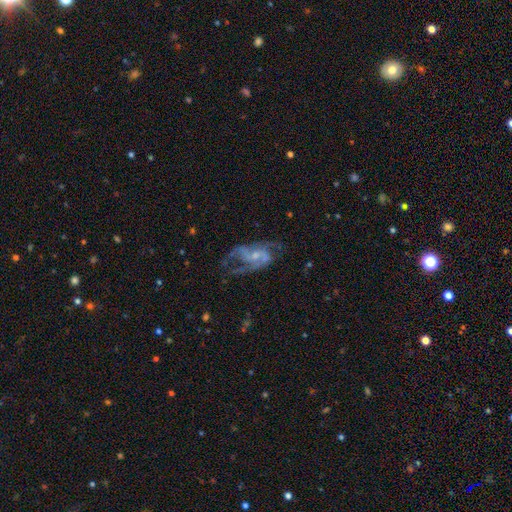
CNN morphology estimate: Smooth or featured? Predicted: featured or disk (p=0.79). Edge-on disk? Predicted: no (p=0.95). Bar? Predicted: no (p=0.50). Spiral arms? Predicted: yes (p=0.83). Spiral winding? Predicted: medium (p=0.46). Spiral arm count? Predicted: 2 (p=0.59). Bulge size? Predicted: small (p=0.57). Merging? Predicted: none (p=0.47).